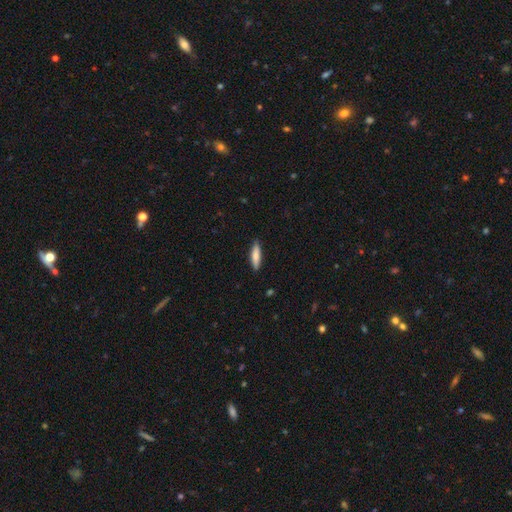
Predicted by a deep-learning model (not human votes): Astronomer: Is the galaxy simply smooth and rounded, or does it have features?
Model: smooth — 79%.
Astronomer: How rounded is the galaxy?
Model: cigar-shaped — 71%.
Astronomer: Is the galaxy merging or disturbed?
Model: none — 88%.